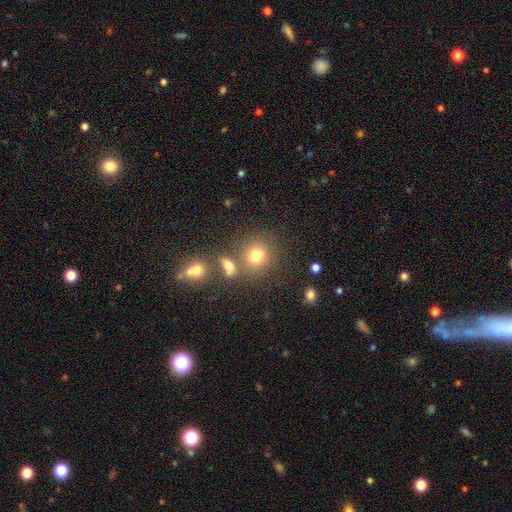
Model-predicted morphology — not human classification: Smooth or featured: smooth — 75% (star or artifact — 15%)
How rounded: round — 81% (in between — 17%)
Merging: none — 66% (merger — 18%)